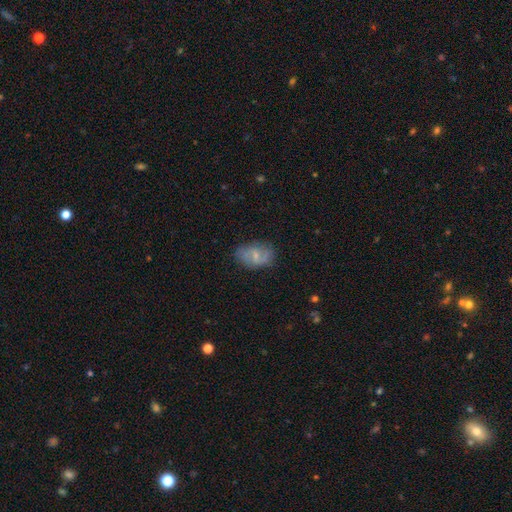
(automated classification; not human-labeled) Smooth or featured: featured or disk — 56% (smooth — 36%)
Edge-on disk: no — 96% (yes — 4%)
Bar: weak — 54% (no — 34%)
Spiral arms: yes — 79% (no — 21%)
Bulge size: small — 60% (moderate — 28%)
Merging: none — 73% (minor disturbance — 19%)